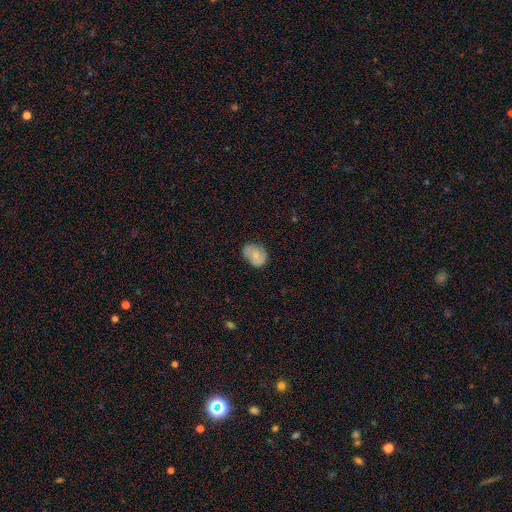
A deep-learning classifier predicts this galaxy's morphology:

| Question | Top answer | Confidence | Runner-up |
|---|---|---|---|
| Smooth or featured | smooth | 69% | featured or disk (23%) |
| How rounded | in between | 62% | round (37%) |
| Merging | none | 69% | minor disturbance (24%) |